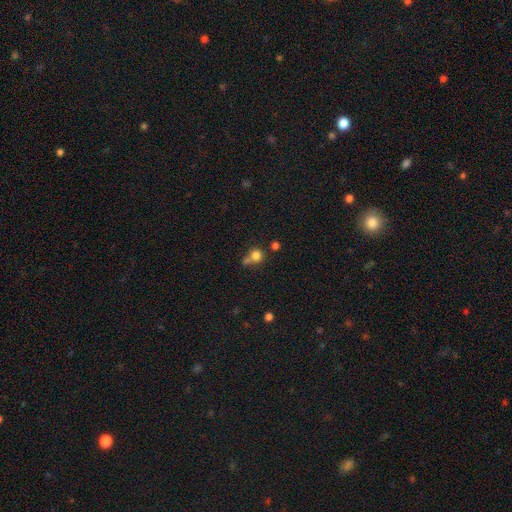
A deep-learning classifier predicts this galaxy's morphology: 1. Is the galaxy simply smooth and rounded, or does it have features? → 78% smooth, 13% star or artifact, 9% featured or disk.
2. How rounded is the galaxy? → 86% round, 13% in between, 1% cigar-shaped.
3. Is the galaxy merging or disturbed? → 46% none, 31% merger, 14% minor disturbance, 8% major disturbance.